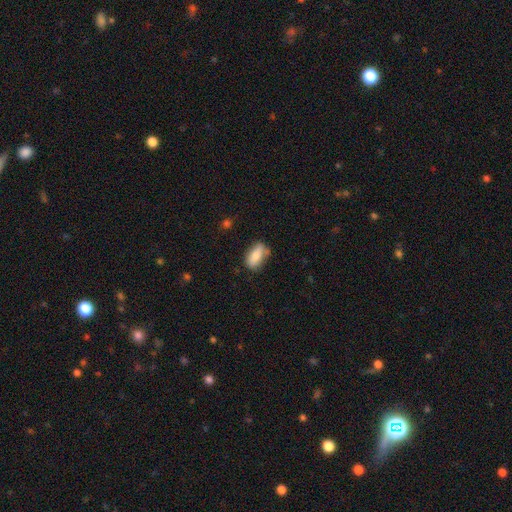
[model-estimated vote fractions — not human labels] Overall: smooth (81%). How rounded: in between (87%). Merging: none (67%).